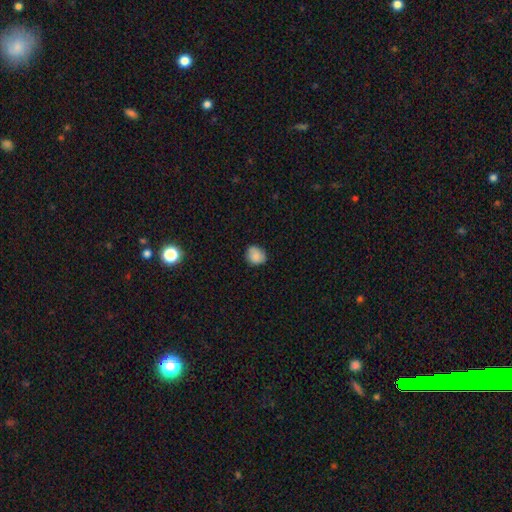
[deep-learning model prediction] smooth_or_featured: smooth (p=0.83) [alt: featured or disk p=0.08]
how_rounded: round (p=0.74) [alt: in between p=0.25]
merging: none (p=0.78) [alt: minor disturbance p=0.18]